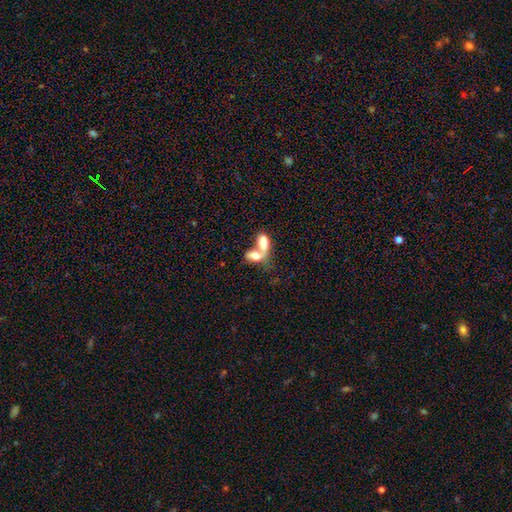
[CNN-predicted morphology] A smooth galaxy with no disk features (73%) that is in between round and cigar-shaped (85%).

Vote fractions:
- Smooth or featured? smooth: 73% / featured or disk: 19% / star or artifact: 7%
- How rounded? in between: 85% / round: 9% / cigar-shaped: 6%
- Merging? merger: 78% / none: 13% / major disturbance: 5% / minor disturbance: 4%